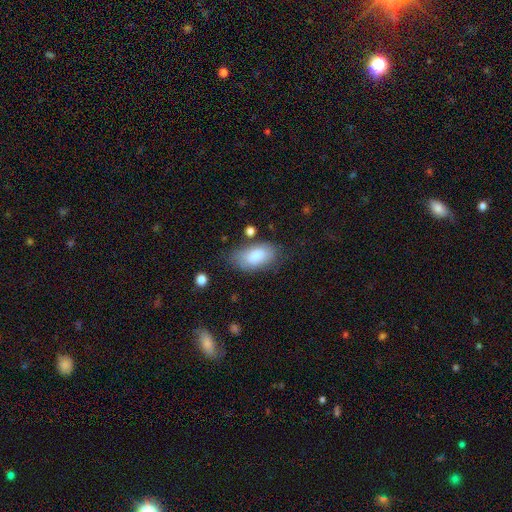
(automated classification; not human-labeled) smooth 80%, featured or disk 13%, star or artifact 7%. Down the decision tree: how rounded — in between (93%); merging — none (67%).